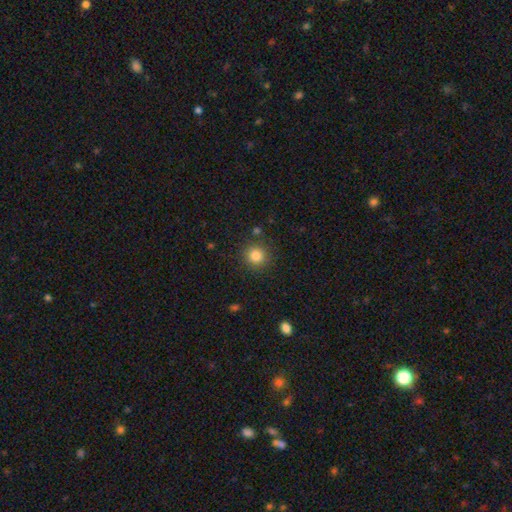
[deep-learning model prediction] Smooth or featured? smooth (84%)
How rounded? round (90%)
Merging? none (87%)